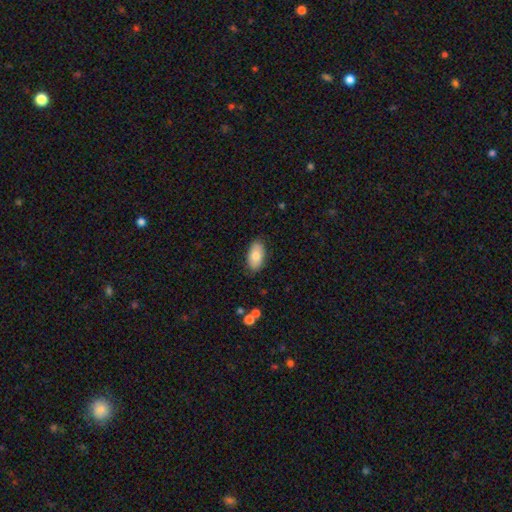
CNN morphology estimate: smooth_or_featured: smooth (p=0.79) [alt: featured or disk p=0.15]
how_rounded: in between (p=0.94) [alt: round p=0.04]
merging: none (p=0.85) [alt: minor disturbance p=0.12]